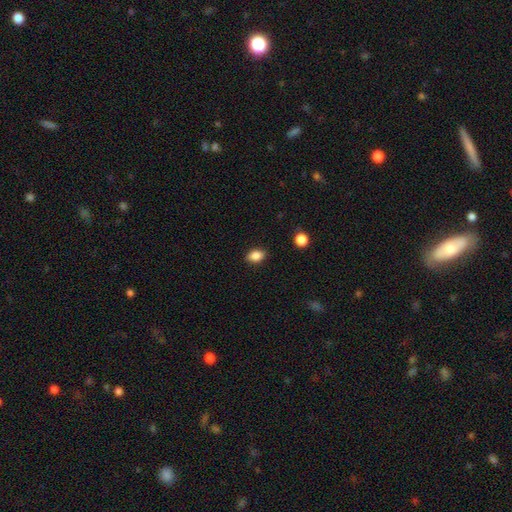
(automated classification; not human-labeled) smooth_or_featured: smooth (p=0.85) [alt: star or artifact p=0.09]
how_rounded: in between (p=0.77) [alt: round p=0.22]
merging: none (p=0.86) [alt: minor disturbance p=0.10]